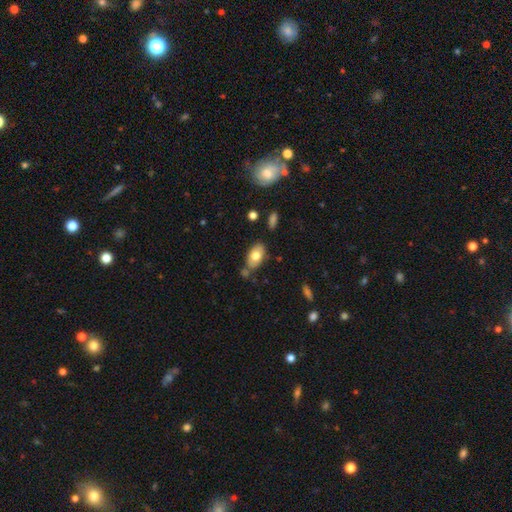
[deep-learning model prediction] smooth 74%, featured or disk 19%, star or artifact 7%. Down the decision tree: how rounded — in between (92%); merging — none (68%).